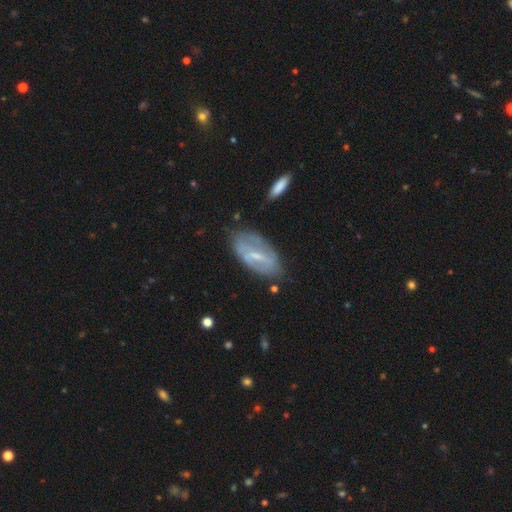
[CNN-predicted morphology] Overall: featured or disk (64%; smooth 29%). Edge-on disk: no (88%). Bar: weak (44%; strong 40%). Spiral arms: yes (52%; no 48%). Bulge size: small (58%; moderate 31%). Merging: none (65%).